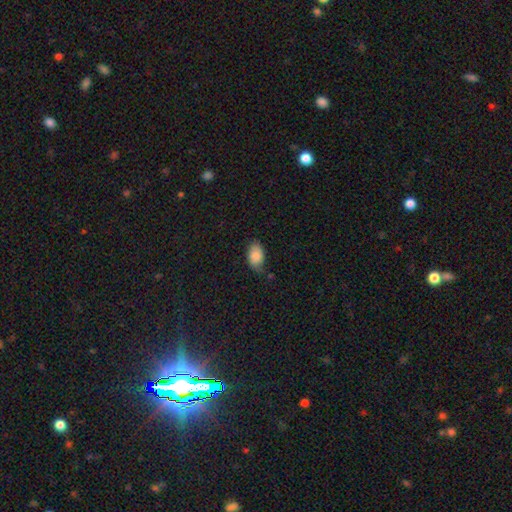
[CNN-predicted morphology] The model was most divided on "merging": none: 62%, minor disturbance: 29%, major disturbance: 6%, merger: 2%. More confident: how rounded — in between (92%); smooth or featured — smooth (84%).